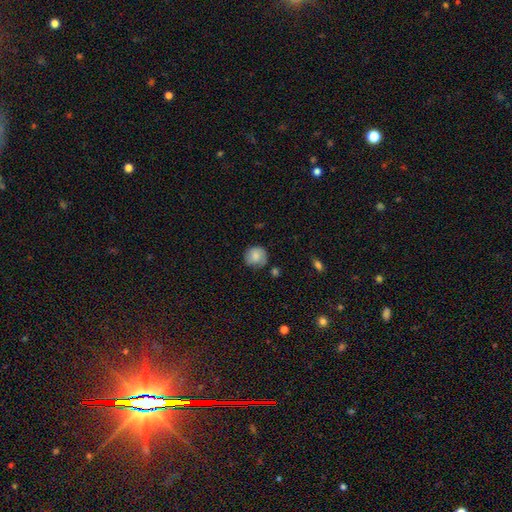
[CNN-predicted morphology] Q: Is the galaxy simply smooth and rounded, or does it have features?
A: smooth — 77%.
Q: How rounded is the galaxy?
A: round — 86%.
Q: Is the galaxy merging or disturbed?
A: none — 67%.